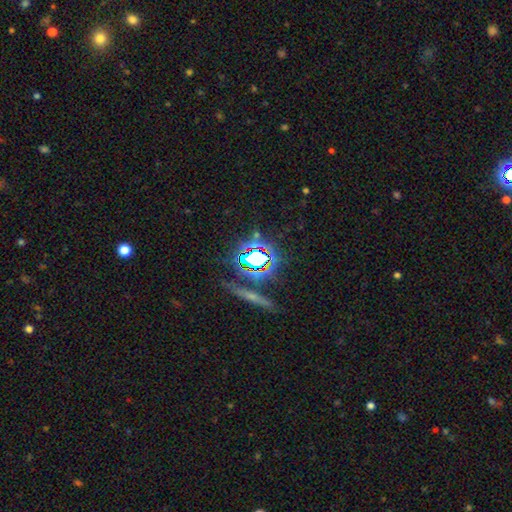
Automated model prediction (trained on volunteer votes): This appears to be a star or artifact, not a galaxy (64%).